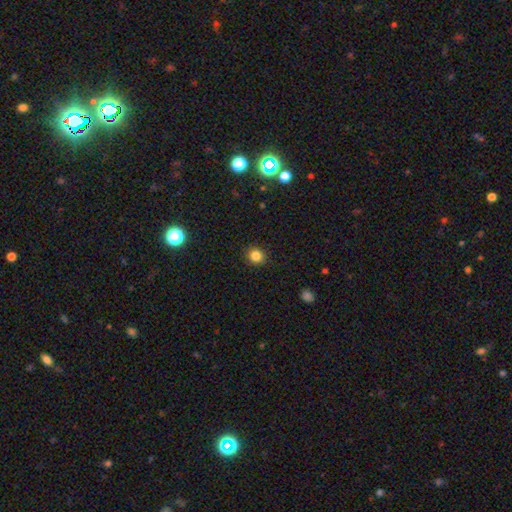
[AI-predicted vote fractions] This appears to be a smooth galaxy with no disk features (83%) that is round (83%). Merging: none (90%).